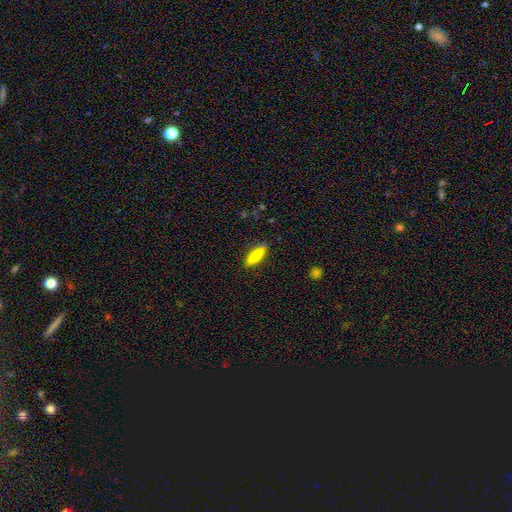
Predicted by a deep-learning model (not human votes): This appears to be a smooth galaxy with no disk features (80%) that is cigar-shaped (55%). Merging: none (84%).